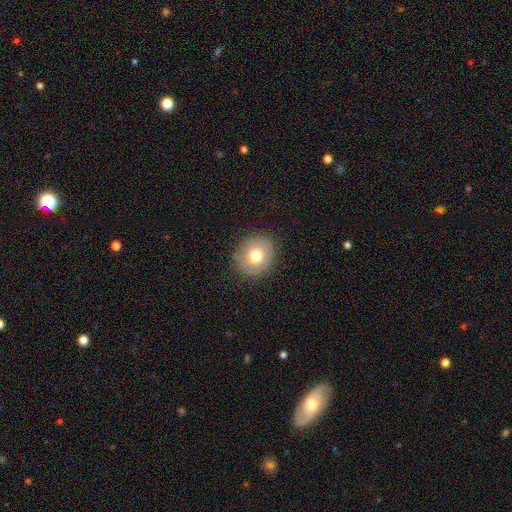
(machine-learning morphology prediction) The model was most divided on "smooth or featured": smooth: 74%, featured or disk: 16%, star or artifact: 10%. More confident: merging — none (87%); how rounded — round (81%).